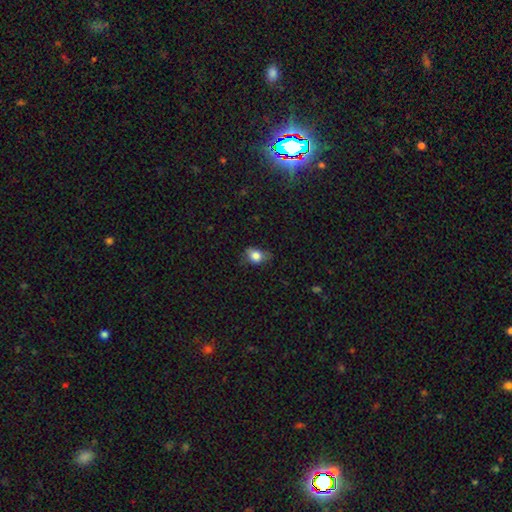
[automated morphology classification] smooth-or-featured: smooth: 80% | featured or disk: 10% | star or artifact: 9%
  how-rounded: in between: 61% | round: 37% | cigar-shaped: 2%
  merging: none: 55% | minor disturbance: 33% | major disturbance: 10% | merger: 1%